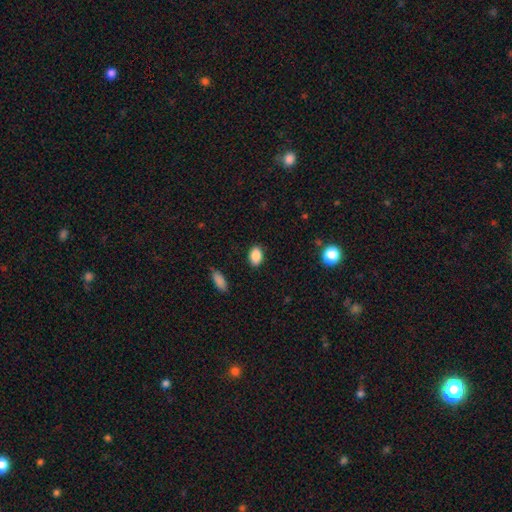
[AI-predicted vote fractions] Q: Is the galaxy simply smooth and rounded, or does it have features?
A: smooth — 87%.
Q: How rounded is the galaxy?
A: in between — 85%.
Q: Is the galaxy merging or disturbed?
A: none — 88%.